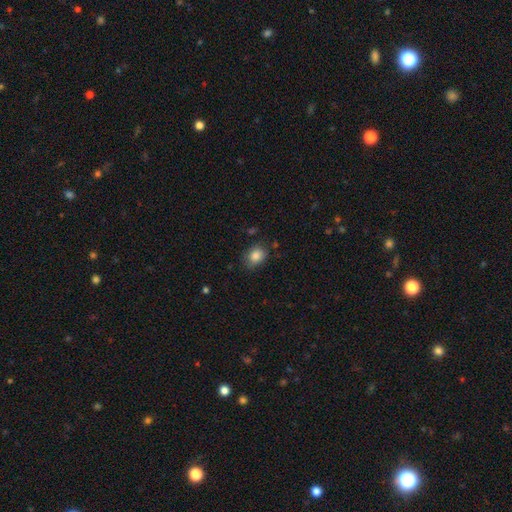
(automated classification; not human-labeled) This is clearly a smooth galaxy (84%). How rounded: possibly in between (57%). Merging: likely none (77%).